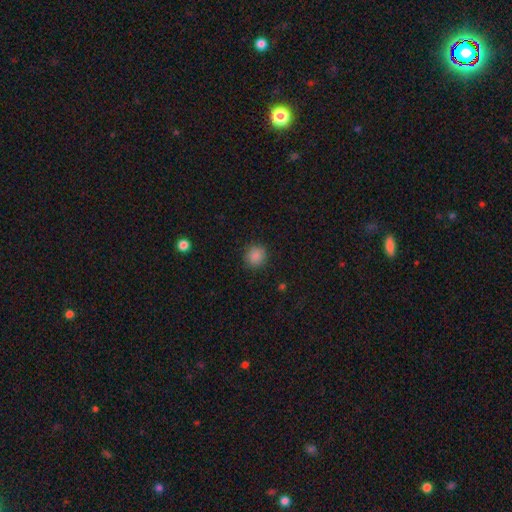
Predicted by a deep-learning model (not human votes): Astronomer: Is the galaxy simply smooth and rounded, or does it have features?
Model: smooth — 87%.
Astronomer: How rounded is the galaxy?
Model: round — 86%.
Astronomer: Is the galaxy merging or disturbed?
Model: none — 89%.